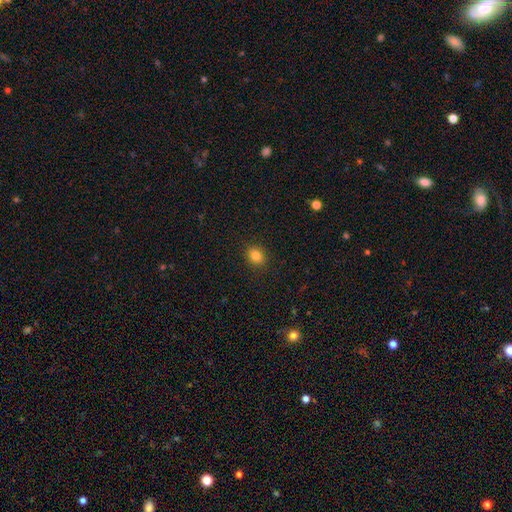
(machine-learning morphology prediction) This is clearly a smooth galaxy (83%). How rounded: possibly round (57%). Merging: clearly none (90%).